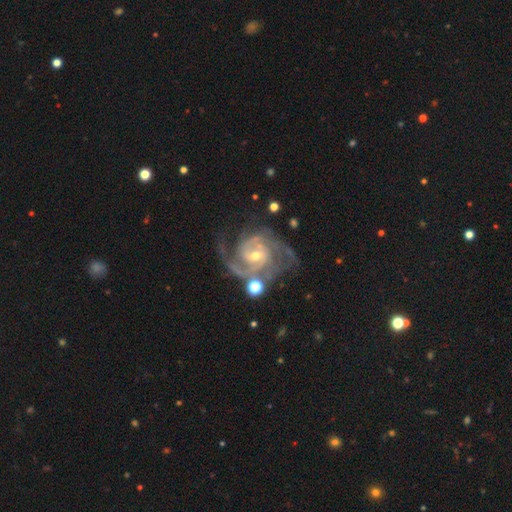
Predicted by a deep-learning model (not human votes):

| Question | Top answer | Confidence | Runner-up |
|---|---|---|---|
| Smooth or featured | featured or disk | 91% | star or artifact (5%) |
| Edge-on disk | no | 98% | yes (2%) |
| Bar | weak | 43% | tied: no (43%) |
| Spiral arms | yes | 98% | no (2%) |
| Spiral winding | tight | 47% | medium (45%) |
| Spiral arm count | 2 | 51% | 3 (25%) |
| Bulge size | small | 55% | moderate (42%) |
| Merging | none | 61% | minor disturbance (19%) |